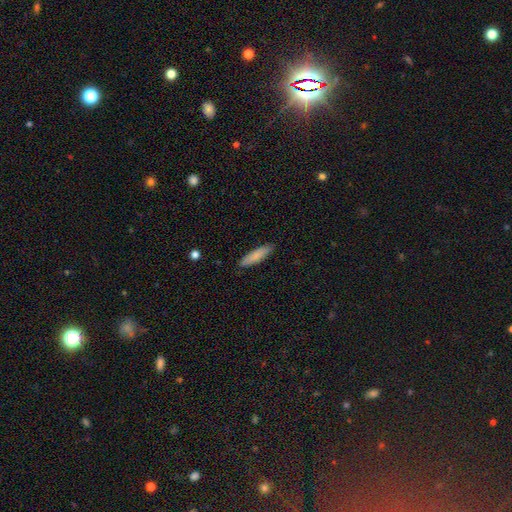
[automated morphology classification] Smooth or featured? smooth (82%)
How rounded? cigar-shaped (76%)
Merging? none (88%)